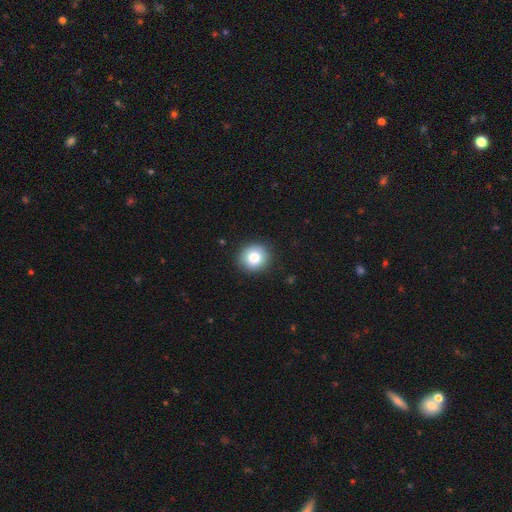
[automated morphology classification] Smooth or featured?
  - smooth: 83% *
  - star or artifact: 9%
  - featured or disk: 8%
How rounded?
  - round: 89% *
  - in between: 10%
  - cigar-shaped: 1%
Merging?
  - none: 90% *
  - minor disturbance: 7%
  - major disturbance: 2%
  - merger: 1%